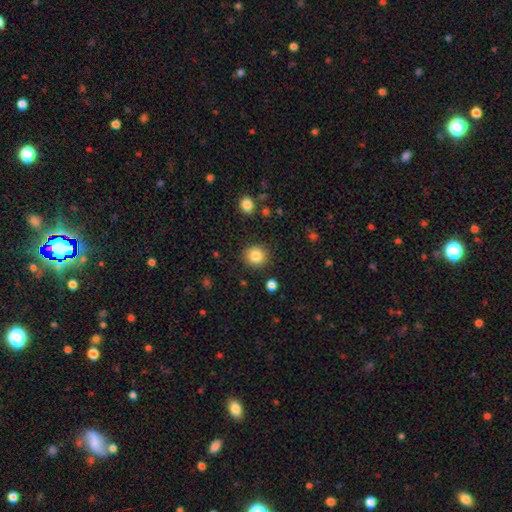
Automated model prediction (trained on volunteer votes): Overall: smooth (86%). How rounded: round (89%). Merging: none (88%).